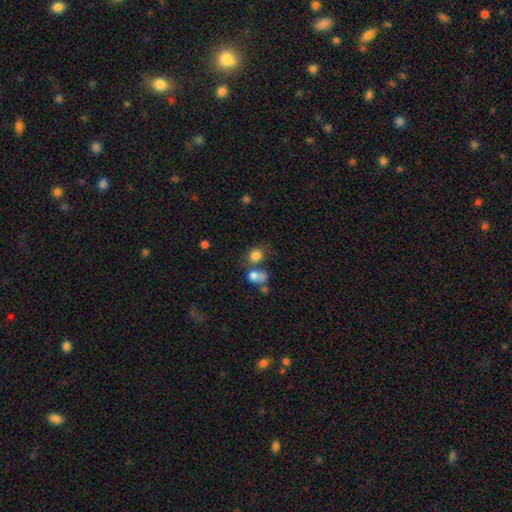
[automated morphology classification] smooth 79%, star or artifact 12%, featured or disk 9%. Down the decision tree: how rounded — round (64%); merging — none (48%).